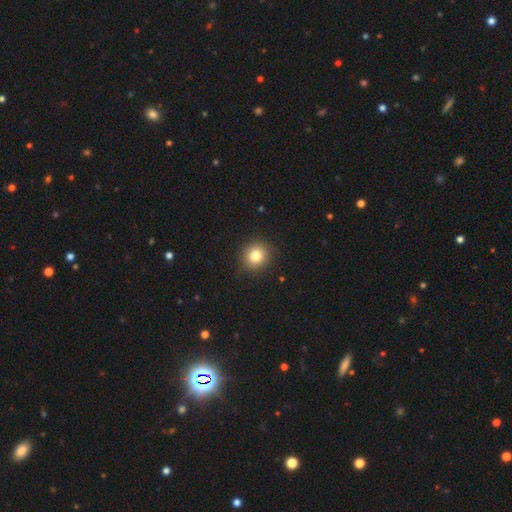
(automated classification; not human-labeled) This appears to be a smooth galaxy with no disk features (81%) that is round (88%). Merging: none (90%).